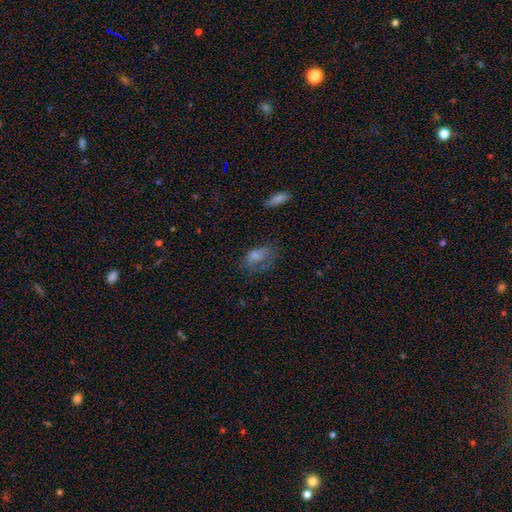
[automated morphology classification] The model was most divided on "merging": none: 45%, major disturbance: 28%, minor disturbance: 25%, merger: 3%. More confident: how rounded — in between (82%); smooth or featured — smooth (51%).